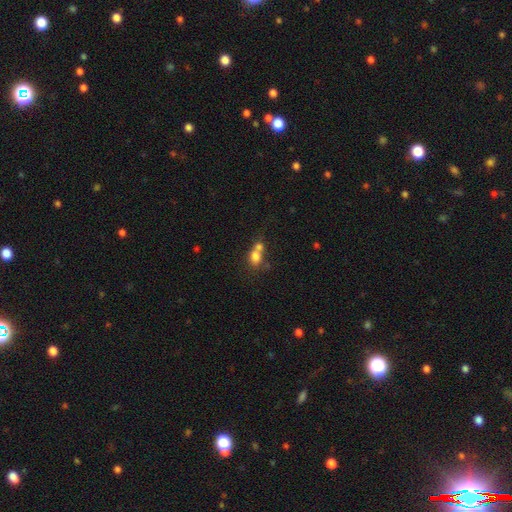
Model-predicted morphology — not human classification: smooth_or_featured: smooth (p=0.74) [alt: featured or disk p=0.15]
how_rounded: in between (p=0.50) [alt: round p=0.48]
merging: merger (p=0.60) [alt: none p=0.27]